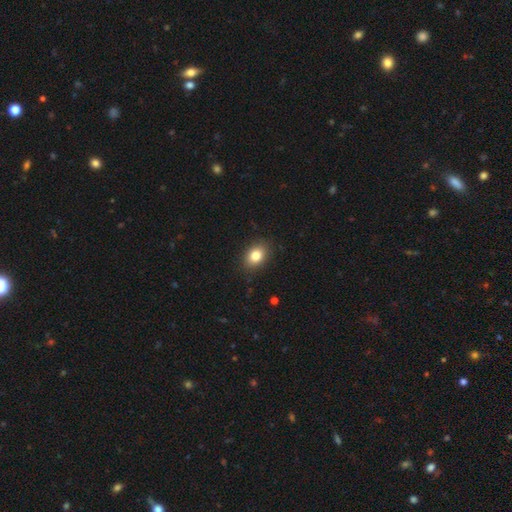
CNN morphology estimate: Q: Smooth or featured?
A: smooth (83%); runner-up: star or artifact (9%)
Q: How rounded?
A: in between (72%); runner-up: round (27%)
Q: Merging?
A: none (87%); runner-up: minor disturbance (9%)